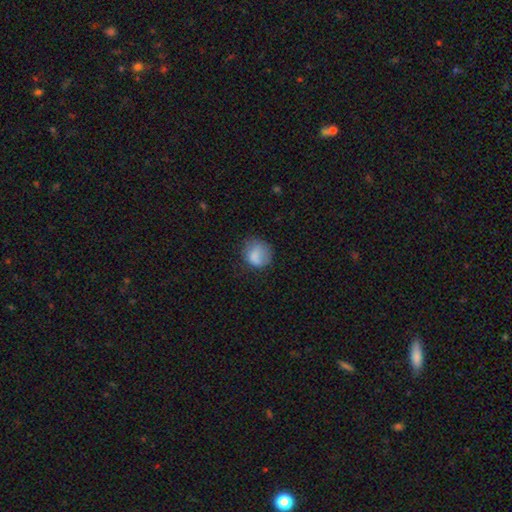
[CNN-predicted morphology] The model was most divided on "merging": none: 57%, minor disturbance: 26%, major disturbance: 15%, merger: 2%. More confident: smooth or featured — smooth (79%); how rounded — round (74%).